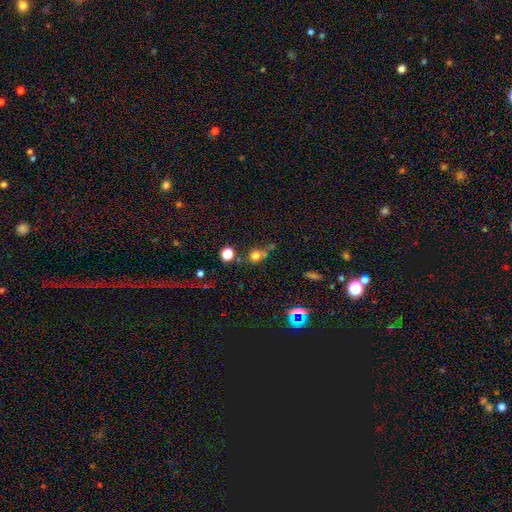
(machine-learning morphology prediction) Smooth or featured? Predicted: smooth (p=0.71). How rounded? Predicted: round (p=0.86). Merging? Predicted: none (p=0.56).